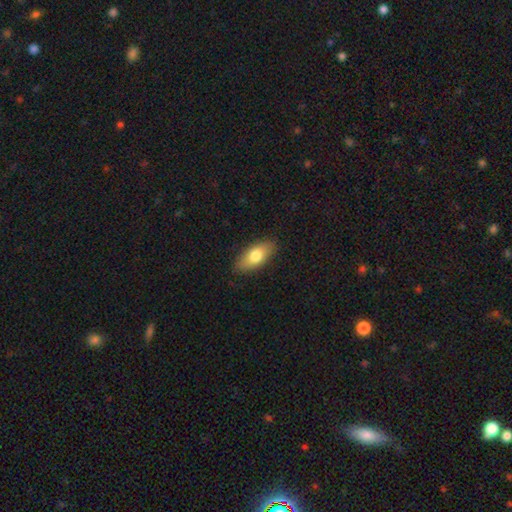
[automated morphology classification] type=smooth (77%); roundness=in between (87%); merging=none (85%).